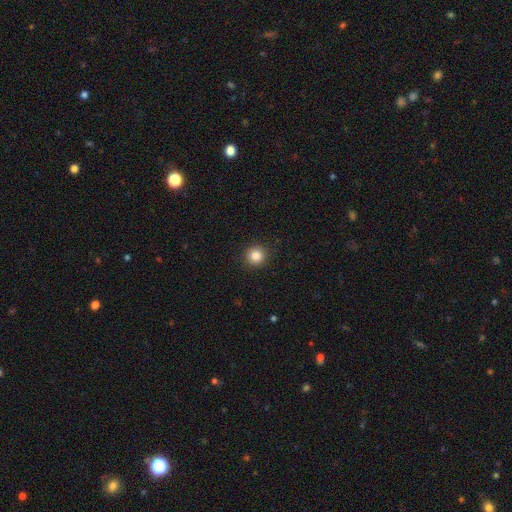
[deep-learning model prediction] smooth-or-featured: smooth: 84% | star or artifact: 11% | featured or disk: 5%
  how-rounded: round: 95% | in between: 4% | cigar-shaped: 1%
  merging: none: 92% | minor disturbance: 5% | major disturbance: 2% | merger: 1%